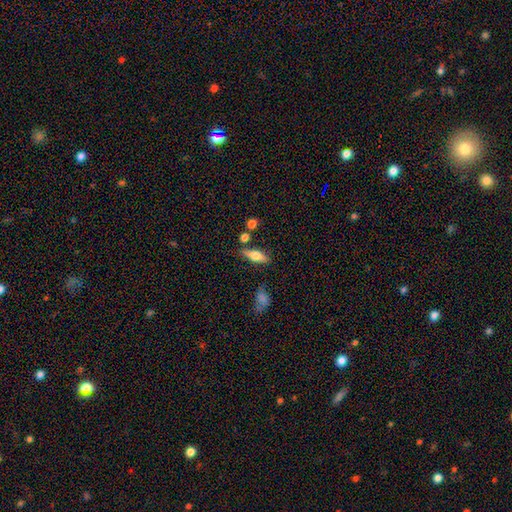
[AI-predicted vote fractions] Morphology: type=smooth (57%); roundness=in between (55%); merging=none (74%).